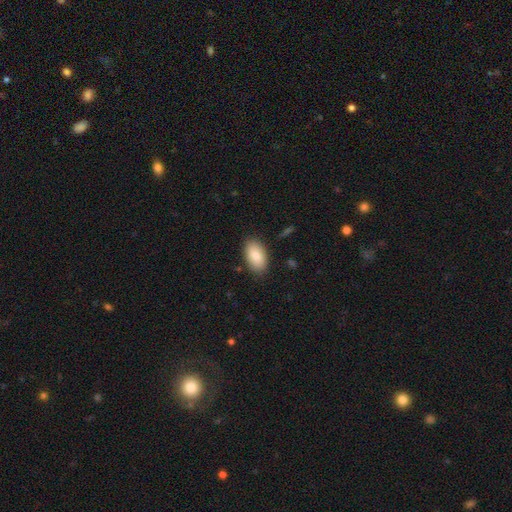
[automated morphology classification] type=smooth (85%); roundness=in between (94%); merging=none (85%).